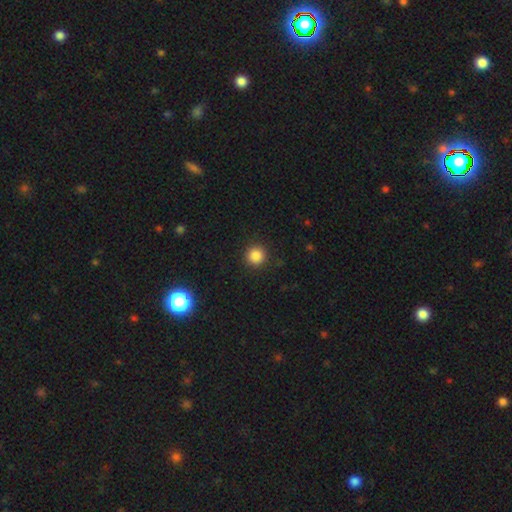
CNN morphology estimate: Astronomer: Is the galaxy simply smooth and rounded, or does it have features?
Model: smooth — 85%.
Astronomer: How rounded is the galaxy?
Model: round — 95%.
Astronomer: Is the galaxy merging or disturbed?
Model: none — 92%.